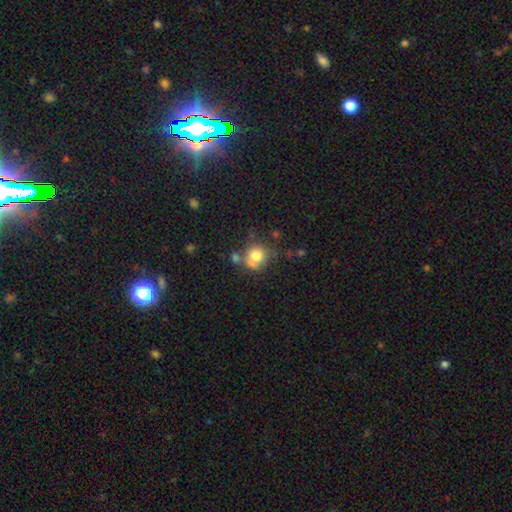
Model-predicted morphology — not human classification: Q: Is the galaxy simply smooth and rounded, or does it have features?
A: smooth — 77%.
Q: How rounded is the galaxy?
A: round — 83%.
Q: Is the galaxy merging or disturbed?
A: none — 54%.